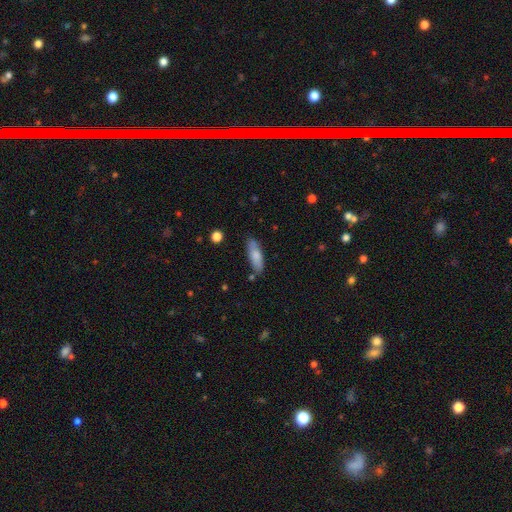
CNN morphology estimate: smooth_or_featured: smooth (p=0.77) [alt: featured or disk p=0.17]
how_rounded: in between (p=0.55) [alt: cigar-shaped p=0.43]
merging: none (p=0.77) [alt: minor disturbance p=0.16]